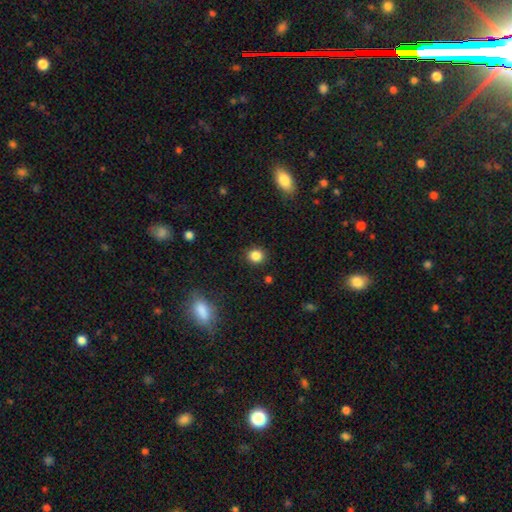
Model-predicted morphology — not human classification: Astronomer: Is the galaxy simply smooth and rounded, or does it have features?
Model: smooth — 85%.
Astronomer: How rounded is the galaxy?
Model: round — 82%.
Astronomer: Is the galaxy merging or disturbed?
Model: none — 90%.